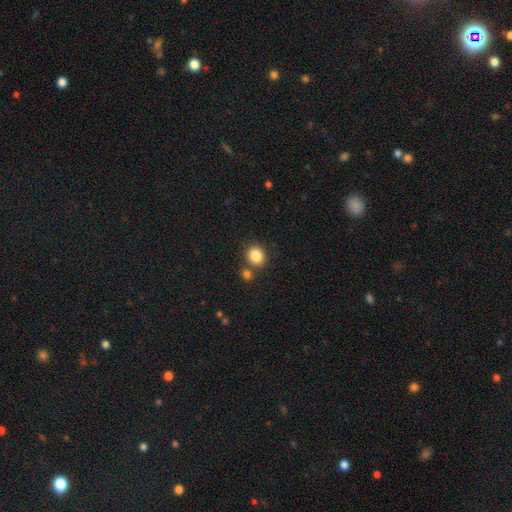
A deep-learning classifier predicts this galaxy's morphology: Q: Smooth or featured?
A: smooth (85%); runner-up: star or artifact (9%)
Q: How rounded?
A: round (68%); runner-up: in between (31%)
Q: Merging?
A: none (72%); runner-up: merger (15%)